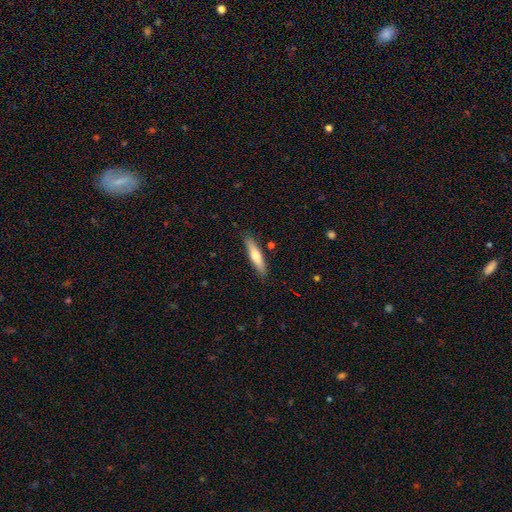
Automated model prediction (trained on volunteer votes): Smooth or featured? smooth (64%)
How rounded? cigar-shaped (80%)
Merging? none (86%)